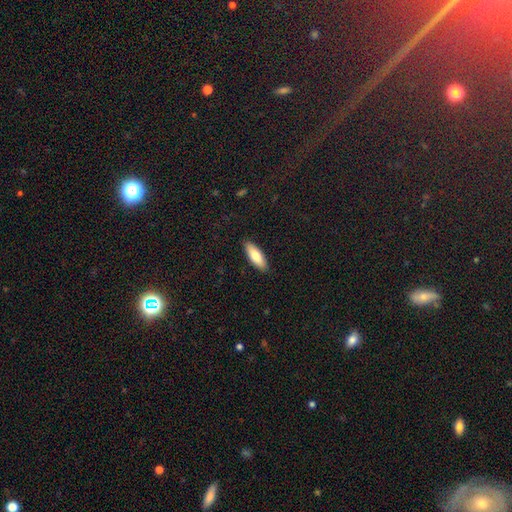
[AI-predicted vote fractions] Smooth or featured? smooth (78%)
How rounded? in between (60%)
Merging? none (89%)